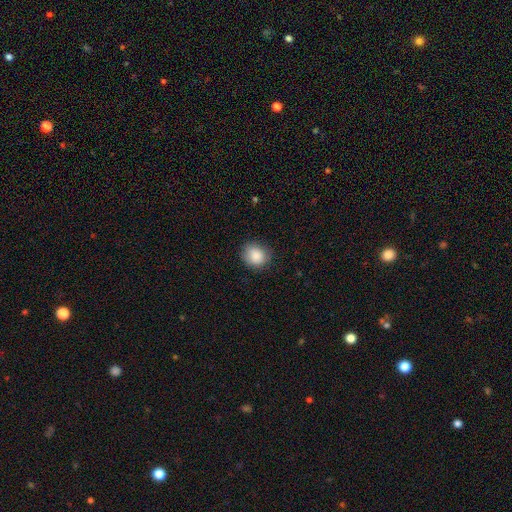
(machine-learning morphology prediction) Smooth or featured: smooth — 86% (star or artifact — 8%)
How rounded: round — 72% (in between — 27%)
Merging: none — 81% (minor disturbance — 15%)